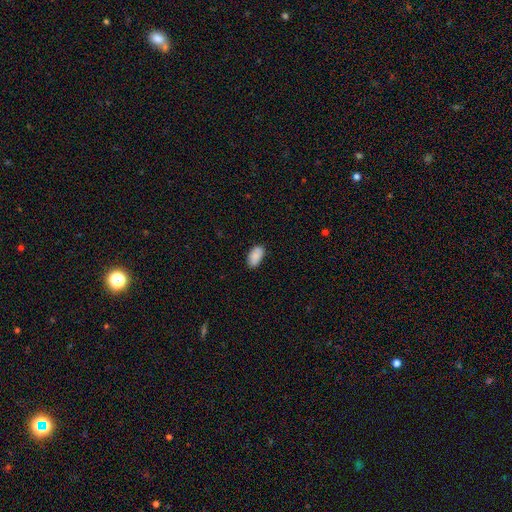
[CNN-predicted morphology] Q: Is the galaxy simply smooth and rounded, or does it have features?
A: smooth — 88%.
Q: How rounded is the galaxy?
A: in between — 95%.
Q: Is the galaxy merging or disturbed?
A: none — 83%.